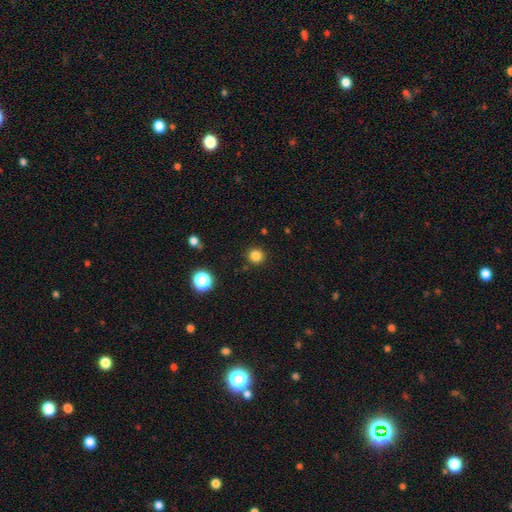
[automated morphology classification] type=smooth (83%); roundness=round (93%); merging=none (91%).